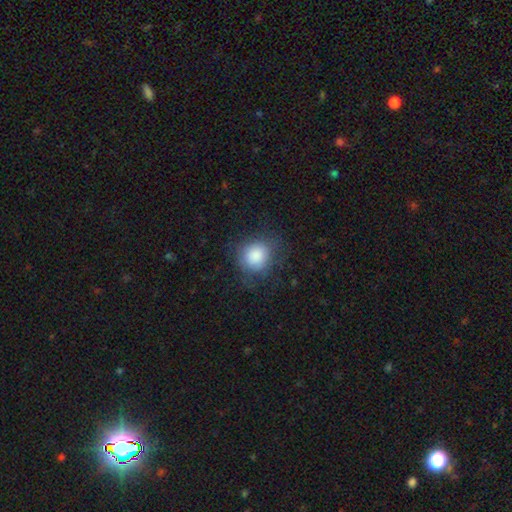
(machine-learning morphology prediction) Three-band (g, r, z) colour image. It shows a smooth galaxy with no disk features (84%) that is round (82%). Merging: none (70%).